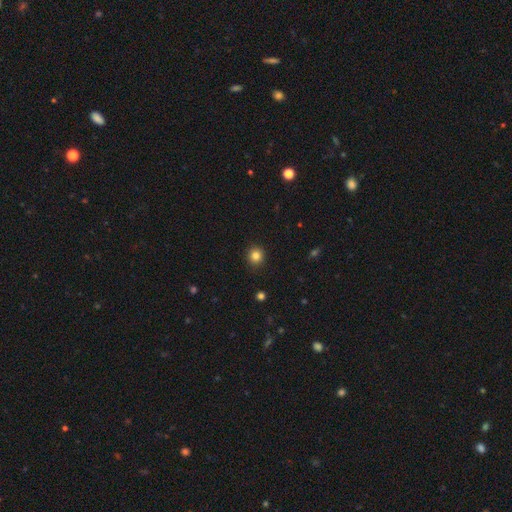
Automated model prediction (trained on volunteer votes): A smooth galaxy with no disk features (83%) that is round (92%).

Vote fractions:
- Smooth or featured? smooth: 83% / star or artifact: 12% / featured or disk: 5%
- How rounded? round: 92% / in between: 7% / cigar-shaped: 1%
- Merging? none: 92% / minor disturbance: 6% / major disturbance: 2% / merger: 1%